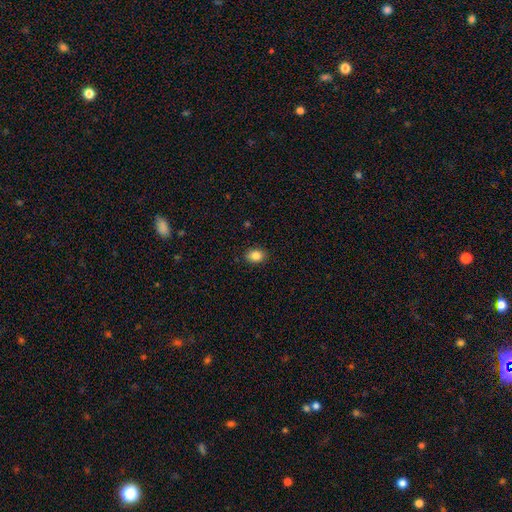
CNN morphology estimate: Smooth or featured? Predicted: smooth (p=0.86). How rounded? Predicted: in between (p=0.64). Merging? Predicted: none (p=0.87).